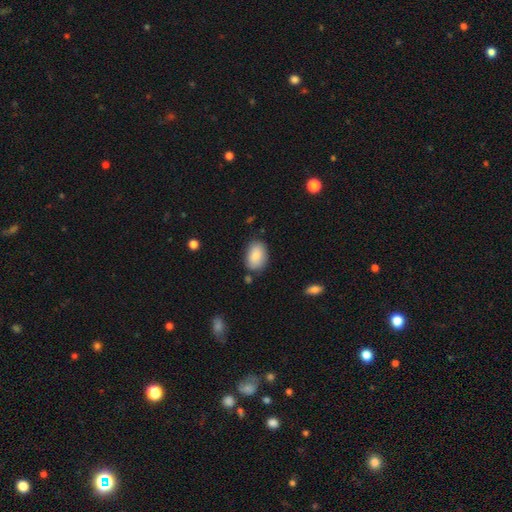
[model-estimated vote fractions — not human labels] smooth-or-featured: smooth: 86% | featured or disk: 8% | star or artifact: 7%
  how-rounded: in between: 88% | round: 11% | cigar-shaped: 1%
  merging: none: 76% | minor disturbance: 17% | major disturbance: 4% | merger: 3%